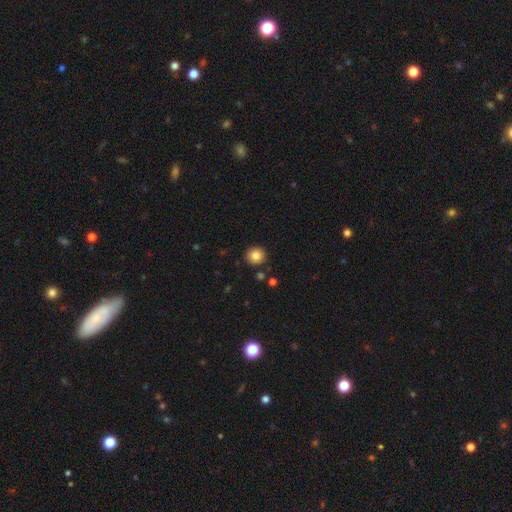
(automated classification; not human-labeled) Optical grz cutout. It shows a smooth galaxy with no disk features (84%) that is round (92%). Merging: none (90%).